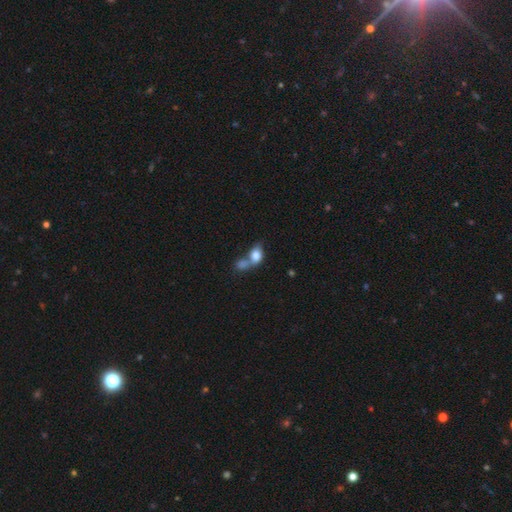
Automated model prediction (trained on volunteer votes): Q: Smooth or featured?
A: smooth (78%); runner-up: featured or disk (14%)
Q: How rounded?
A: in between (63%); runner-up: round (34%)
Q: Merging?
A: merger (67%); runner-up: none (18%)